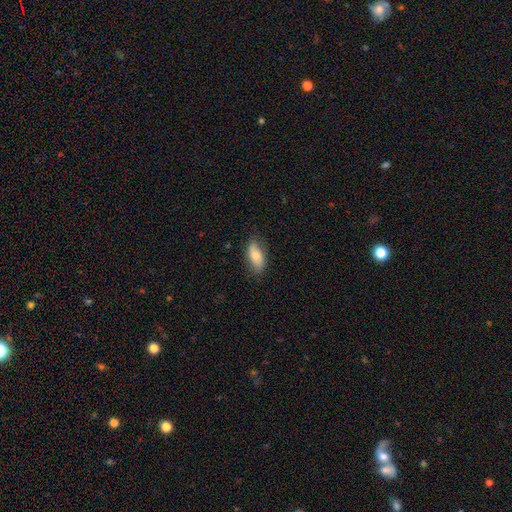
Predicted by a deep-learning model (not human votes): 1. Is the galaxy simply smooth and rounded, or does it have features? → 74% smooth, 19% featured or disk, 6% star or artifact.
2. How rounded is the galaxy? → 87% in between, 10% cigar-shaped, 3% round.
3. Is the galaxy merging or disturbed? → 77% none, 18% minor disturbance, 4% major disturbance, 1% merger.